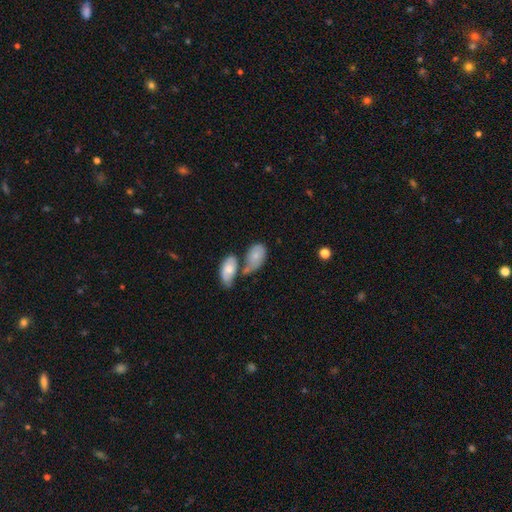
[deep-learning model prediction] Morphology: type=smooth (73%); roundness=in between (89%); merging=merger (47%).